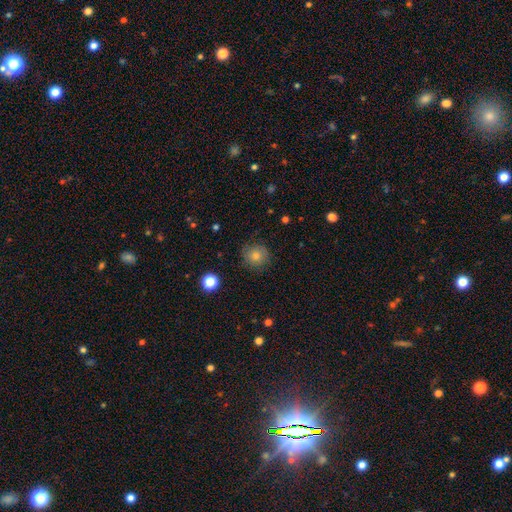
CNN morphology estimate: smooth-or-featured: smooth: 67% | star or artifact: 16% | featured or disk: 16%
  how-rounded: round: 93% | in between: 6% | cigar-shaped: 1%
  merging: none: 84% | minor disturbance: 11% | major disturbance: 3% | merger: 1%